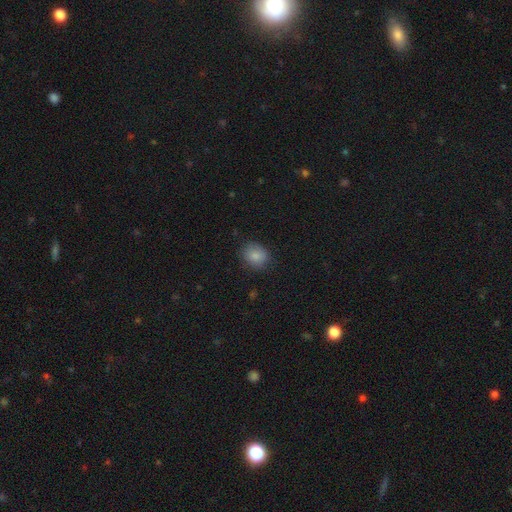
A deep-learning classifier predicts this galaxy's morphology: This is clearly a smooth galaxy (85%). How rounded: likely round (66%). Merging: clearly none (81%).